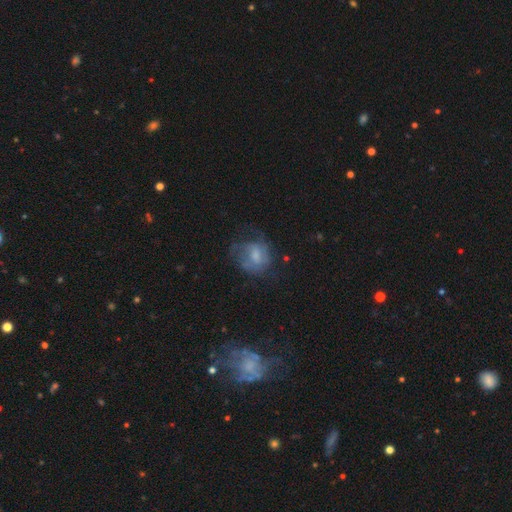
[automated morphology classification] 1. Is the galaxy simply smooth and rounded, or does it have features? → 48% featured or disk, 43% smooth, 9% star or artifact.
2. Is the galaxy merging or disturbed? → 44% none, 28% major disturbance, 26% minor disturbance, 2% merger.